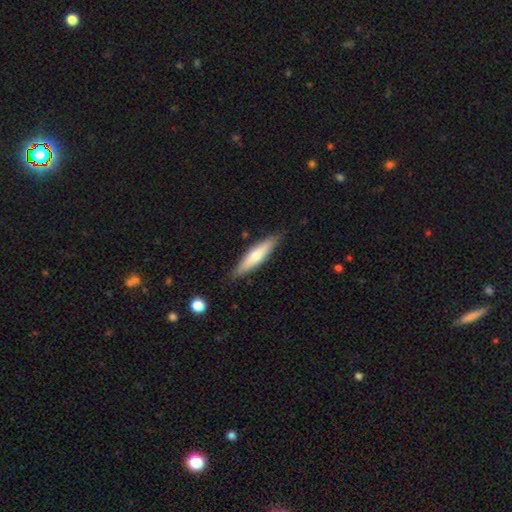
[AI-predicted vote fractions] smooth-or-featured: smooth: 61% | featured or disk: 34% | star or artifact: 5%
  how-rounded: cigar-shaped: 77% | in between: 22% | round: 2%
  merging: none: 86% | minor disturbance: 10% | major disturbance: 2% | merger: 1%